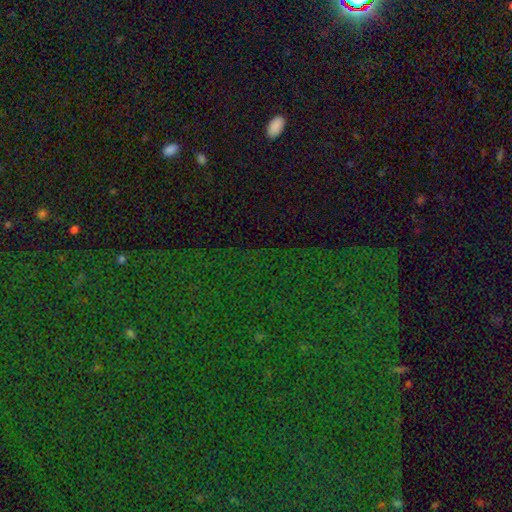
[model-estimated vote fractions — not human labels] A star or artifact, not a galaxy (83%).

Vote fractions:
- Smooth or featured? star or artifact: 83% / smooth: 10% / featured or disk: 7%